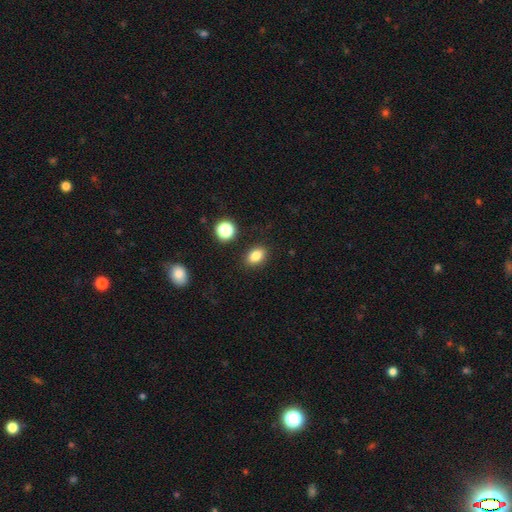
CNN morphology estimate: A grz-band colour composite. It shows a smooth galaxy with no disk features (82%) that is in between round and cigar-shaped (75%). Merging: none (87%).